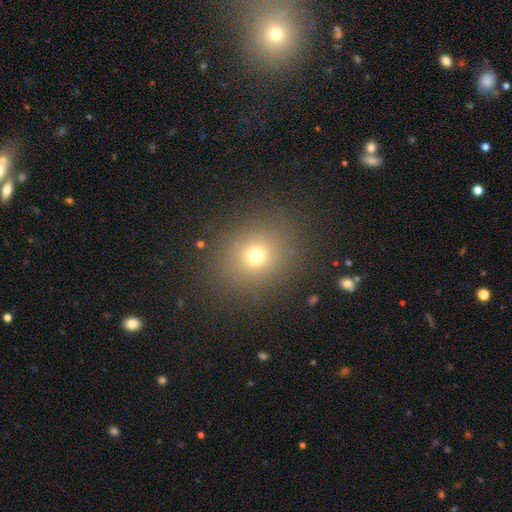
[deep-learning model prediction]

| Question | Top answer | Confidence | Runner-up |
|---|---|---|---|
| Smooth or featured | smooth | 69% | star or artifact (20%) |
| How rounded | round | 72% | in between (27%) |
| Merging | none | 86% | minor disturbance (8%) |